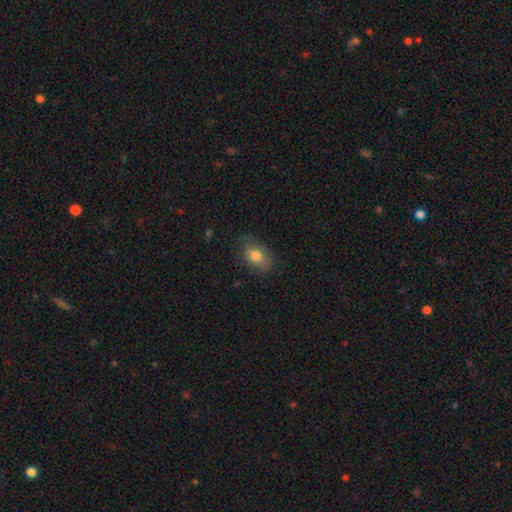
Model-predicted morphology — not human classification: Q: Smooth or featured?
A: smooth (77%); runner-up: featured or disk (15%)
Q: How rounded?
A: in between (85%); runner-up: round (13%)
Q: Merging?
A: none (69%); runner-up: minor disturbance (22%)